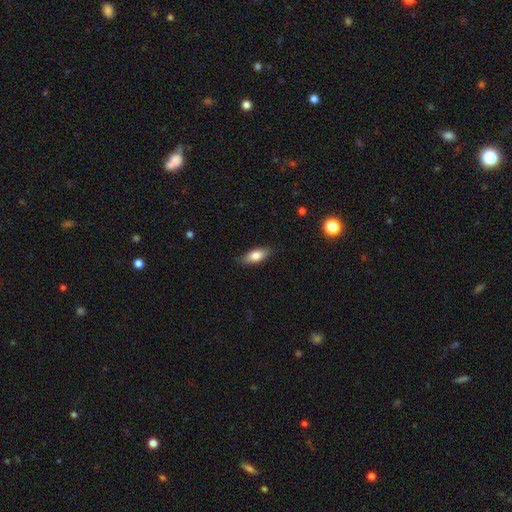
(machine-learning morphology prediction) Smooth or featured?
  - smooth: 79% *
  - featured or disk: 15%
  - star or artifact: 7%
How rounded?
  - in between: 79% *
  - cigar-shaped: 19%
  - round: 3%
Merging?
  - none: 83% *
  - minor disturbance: 13%
  - major disturbance: 3%
  - merger: 1%